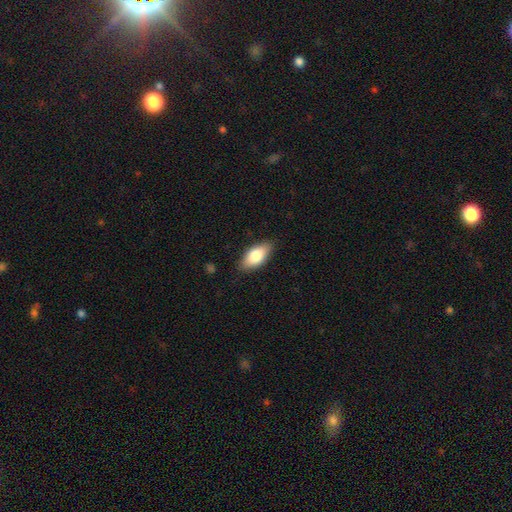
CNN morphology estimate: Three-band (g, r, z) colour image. It shows a smooth galaxy with no disk features (79%) that is in between round and cigar-shaped (89%). Merging: none (85%).